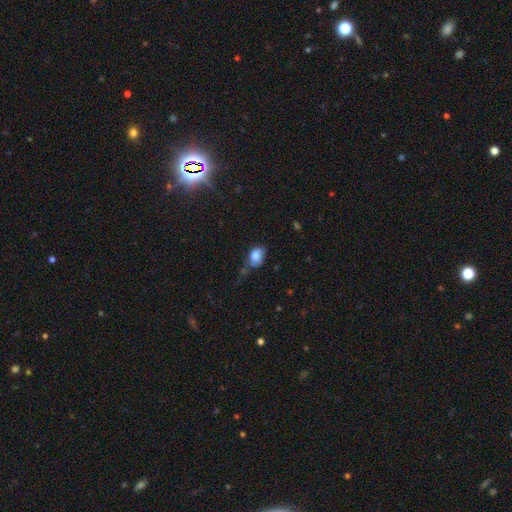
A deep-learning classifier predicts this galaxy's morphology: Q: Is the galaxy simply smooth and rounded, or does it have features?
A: smooth — 79%.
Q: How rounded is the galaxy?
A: in between — 75%.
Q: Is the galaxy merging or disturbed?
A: none — 43%.